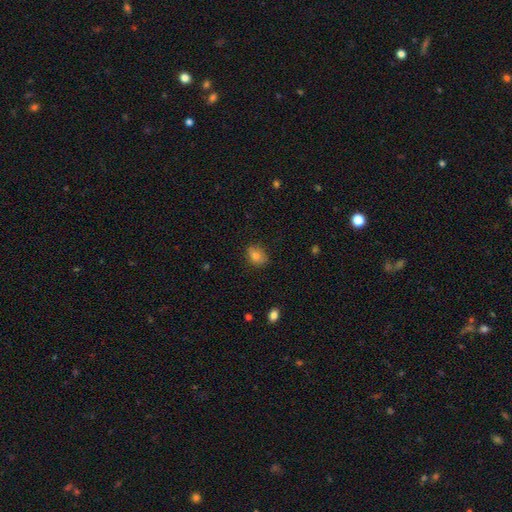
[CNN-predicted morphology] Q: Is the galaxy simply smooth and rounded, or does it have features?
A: smooth — 80%.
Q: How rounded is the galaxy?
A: in between — 69%.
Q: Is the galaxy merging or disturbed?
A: none — 80%.